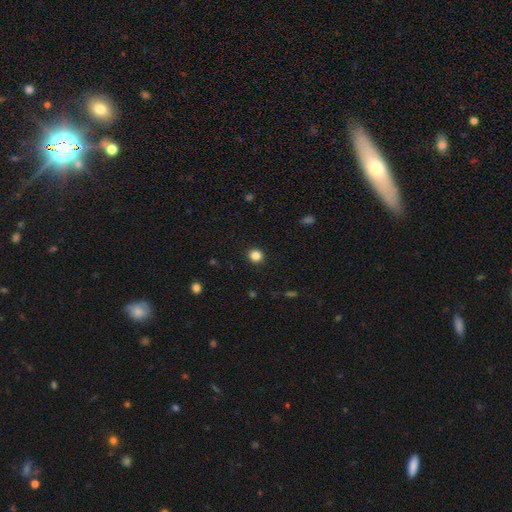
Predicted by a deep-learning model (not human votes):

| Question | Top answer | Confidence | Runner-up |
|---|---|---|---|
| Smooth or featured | smooth | 84% | star or artifact (12%) |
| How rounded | round | 90% | in between (9%) |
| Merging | none | 92% | minor disturbance (5%) |